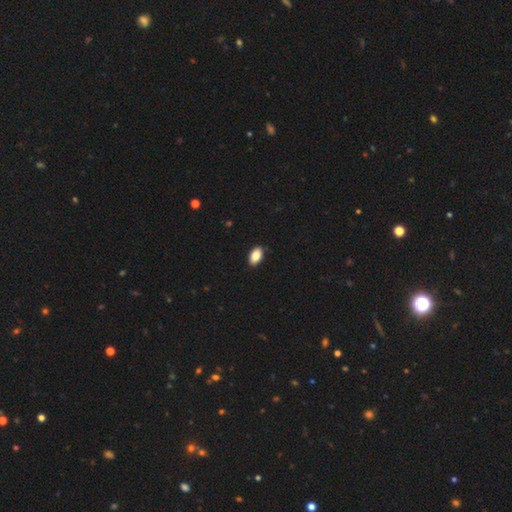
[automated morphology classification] A smooth galaxy with no disk features (88%) that is in between round and cigar-shaped (93%). Merging: none (89%).